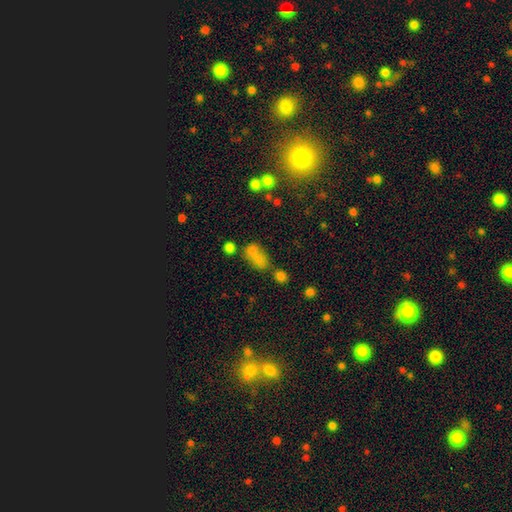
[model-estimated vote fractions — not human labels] smooth_or_featured: smooth (p=0.69) [alt: star or artifact p=0.18]
how_rounded: in between (p=0.75) [alt: round p=0.20]
merging: none (p=0.39) [alt: merger p=0.35]